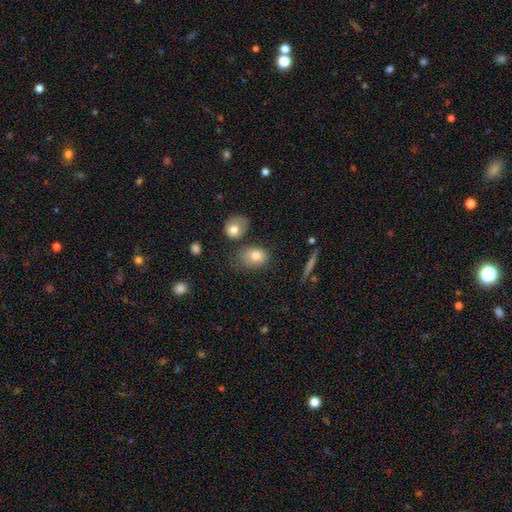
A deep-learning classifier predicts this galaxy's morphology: A smooth galaxy with no disk features (78%) that is in between round and cigar-shaped (72%).

Vote fractions:
- Smooth or featured? smooth: 78% / featured or disk: 13% / star or artifact: 9%
- How rounded? in between: 72% / round: 26% / cigar-shaped: 2%
- Merging? none: 56% / minor disturbance: 23% / merger: 12% / major disturbance: 9%